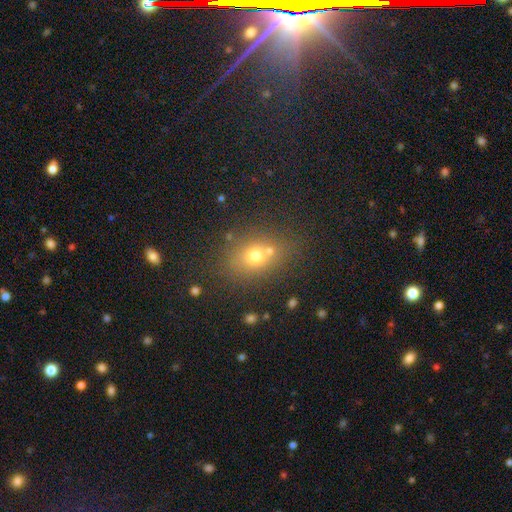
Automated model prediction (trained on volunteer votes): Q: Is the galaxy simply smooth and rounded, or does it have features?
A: smooth — 66%.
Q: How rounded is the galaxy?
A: round — 50%.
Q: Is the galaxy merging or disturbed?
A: none — 59%.